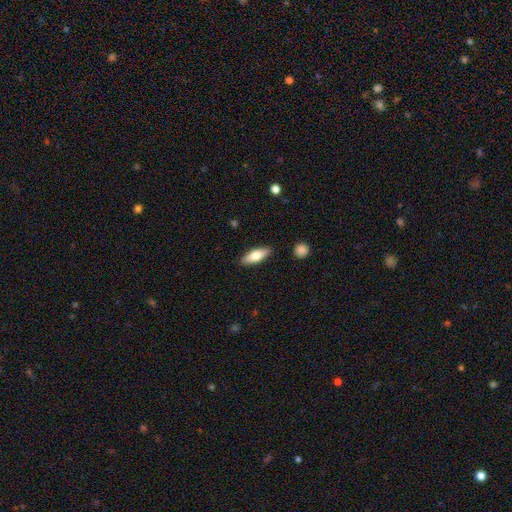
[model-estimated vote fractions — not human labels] Smooth or featured? Predicted: smooth (p=0.69). How rounded? Predicted: in between (p=0.62). Merging? Predicted: none (p=0.88).